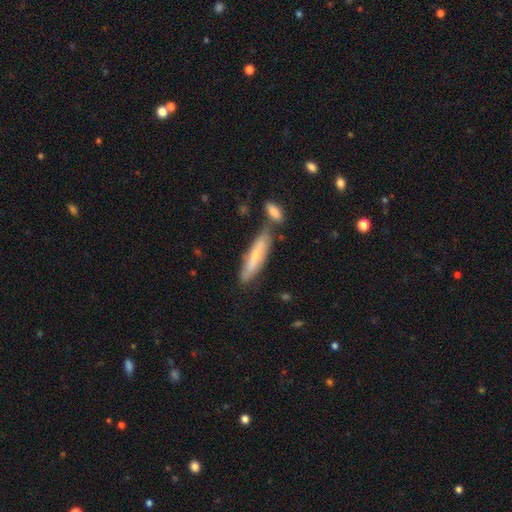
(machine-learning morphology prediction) smooth_or_featured: smooth (p=0.55) [alt: featured or disk p=0.39]
how_rounded: cigar-shaped (p=0.78) [alt: in between p=0.21]
merging: none (p=0.65) [alt: merger p=0.17]